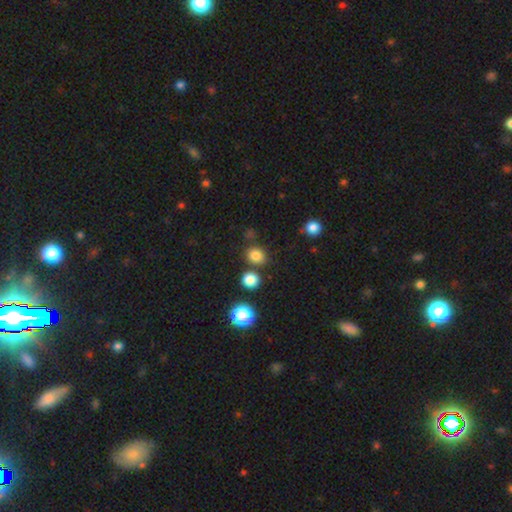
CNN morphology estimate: Smooth or featured? Predicted: smooth (p=0.82). How rounded? Predicted: round (p=0.69). Merging? Predicted: none (p=0.77).